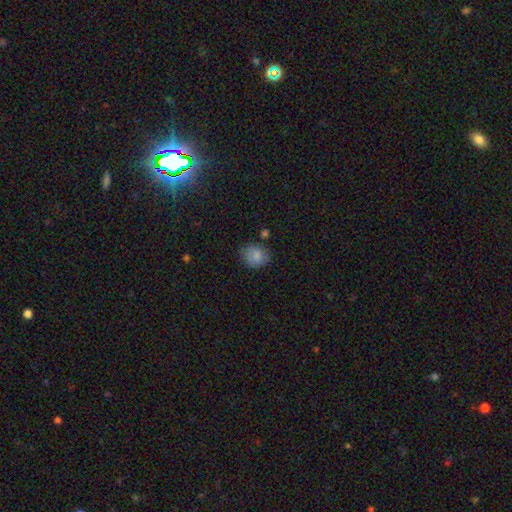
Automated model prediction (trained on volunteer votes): Q: Smooth or featured?
A: smooth (84%); runner-up: star or artifact (8%)
Q: How rounded?
A: round (63%); runner-up: in between (36%)
Q: Merging?
A: none (74%); runner-up: minor disturbance (18%)